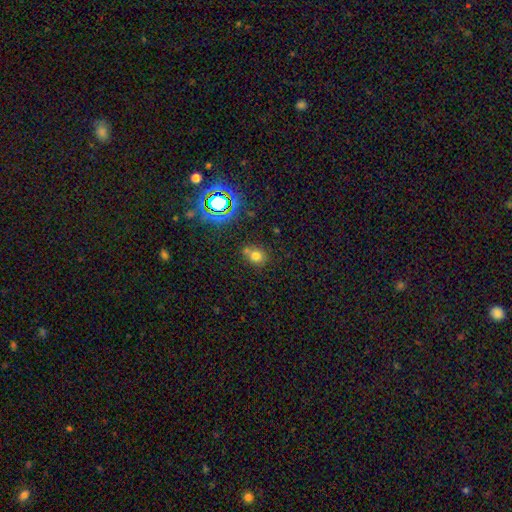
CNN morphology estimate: Smooth or featured? Predicted: smooth (p=0.69). How rounded? Predicted: round (p=0.68). Merging? Predicted: none (p=0.60).